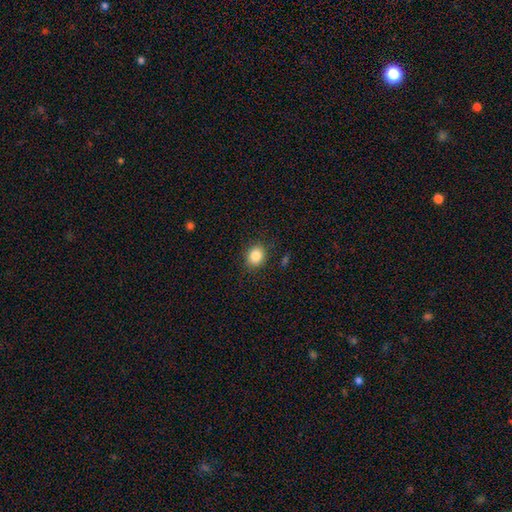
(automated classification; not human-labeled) A smooth galaxy with no disk features (85%) that is round (66%). Merging: none (87%).